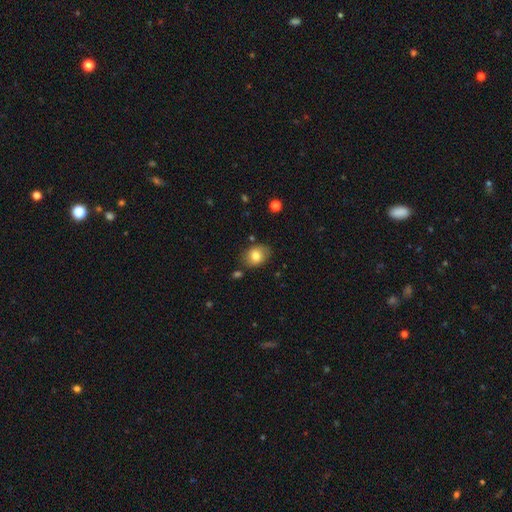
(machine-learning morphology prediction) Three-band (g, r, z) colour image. It shows a smooth galaxy with no disk features (79%) that is in between round and cigar-shaped (64%). Merging: none (78%).